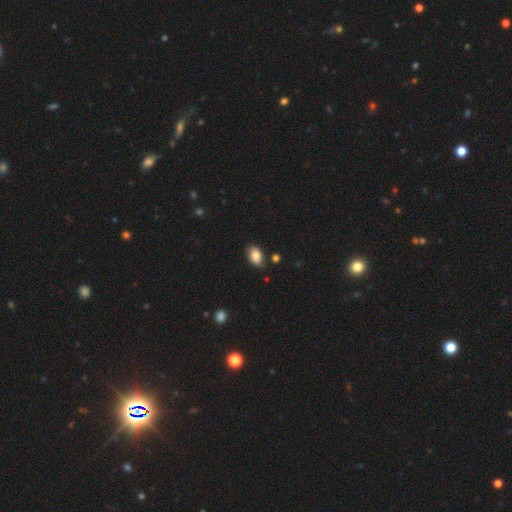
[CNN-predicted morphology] A smooth galaxy with no disk features (84%) that is in between round and cigar-shaped (91%). Merging: none (77%).